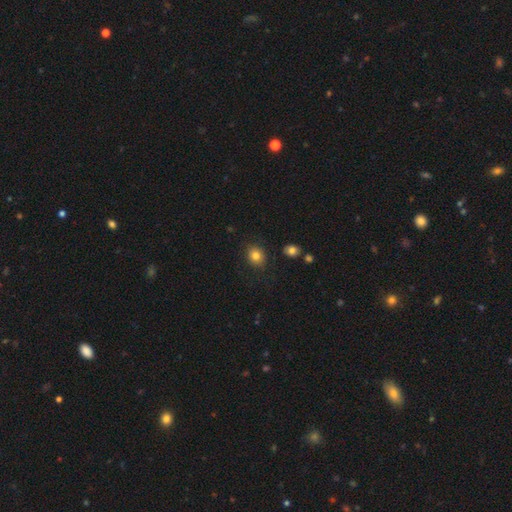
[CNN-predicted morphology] This appears to be a smooth galaxy with no disk features (81%) that is round (70%). Merging: none (84%).